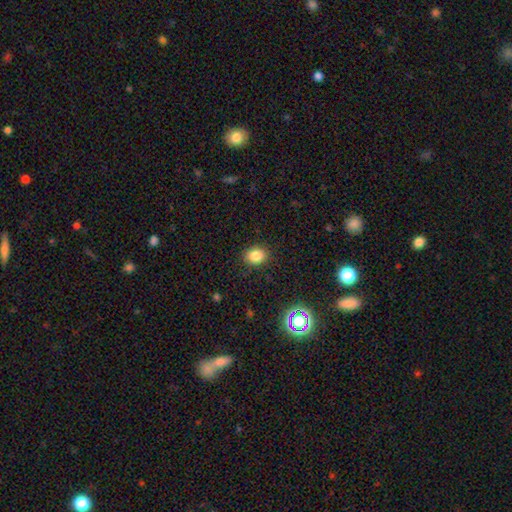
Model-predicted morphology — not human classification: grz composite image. It shows a smooth galaxy with no disk features (83%) that is round (54%). Merging: none (88%).